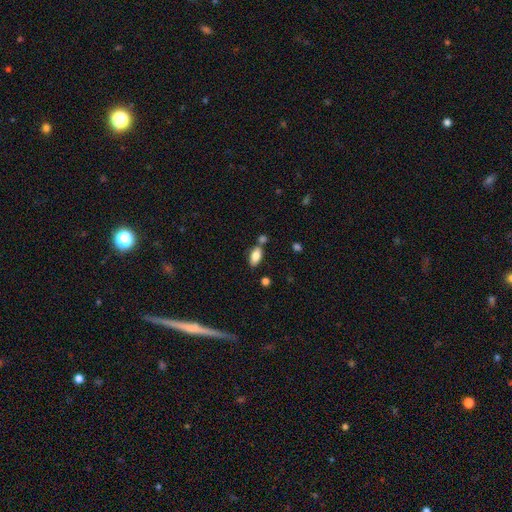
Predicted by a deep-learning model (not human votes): Smooth or featured: smooth — 81% (featured or disk — 12%)
How rounded: in between — 89% (cigar-shaped — 8%)
Merging: none — 65% (merger — 18%)